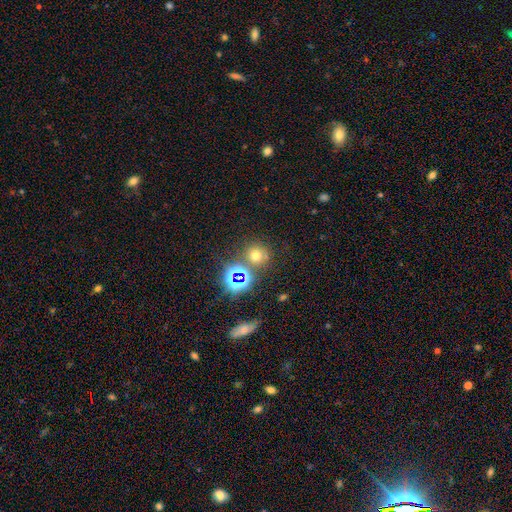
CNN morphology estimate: Smooth or featured? Predicted: smooth (p=0.58). How rounded? Predicted: round (p=0.89). Merging? Predicted: none (p=0.74).